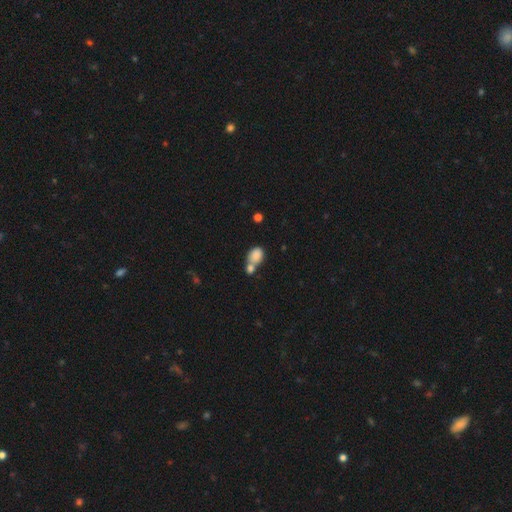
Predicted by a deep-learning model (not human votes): Smooth or featured? smooth (84%)
How rounded? in between (63%)
Merging? merger (53%)